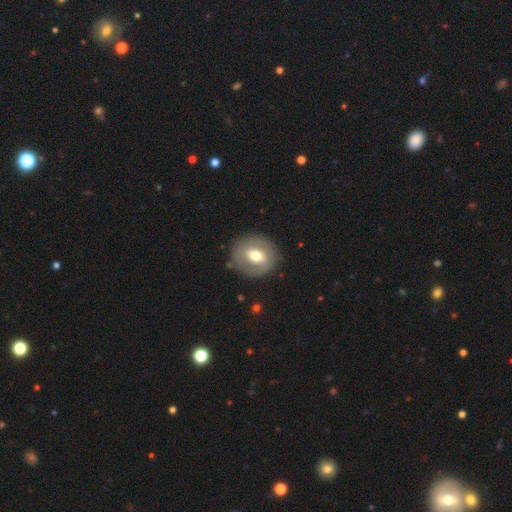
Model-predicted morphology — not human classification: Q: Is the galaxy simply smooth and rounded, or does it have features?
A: smooth — 53%.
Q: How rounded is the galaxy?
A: round — 78%.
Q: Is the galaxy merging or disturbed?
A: none — 82%.